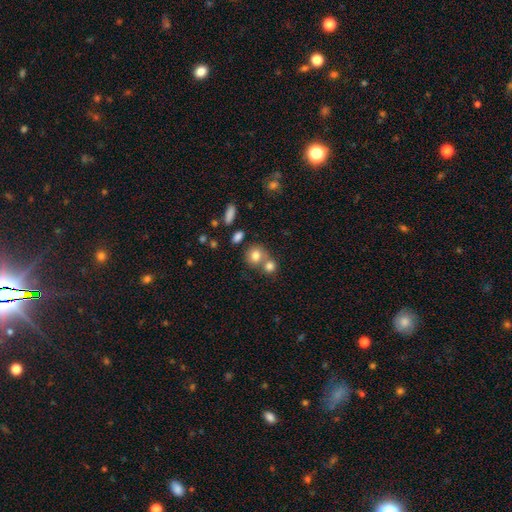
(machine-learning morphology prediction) smooth_or_featured: smooth (p=0.78) [alt: featured or disk p=0.11]
how_rounded: round (p=0.76) [alt: in between p=0.22]
merging: merger (p=0.46) [alt: none p=0.43]